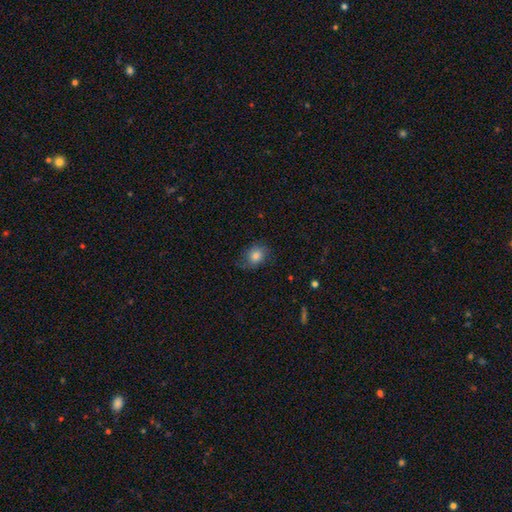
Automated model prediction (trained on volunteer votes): This appears to be a smooth galaxy with no disk features (80%) that is round (53%). Merging: none (66%).